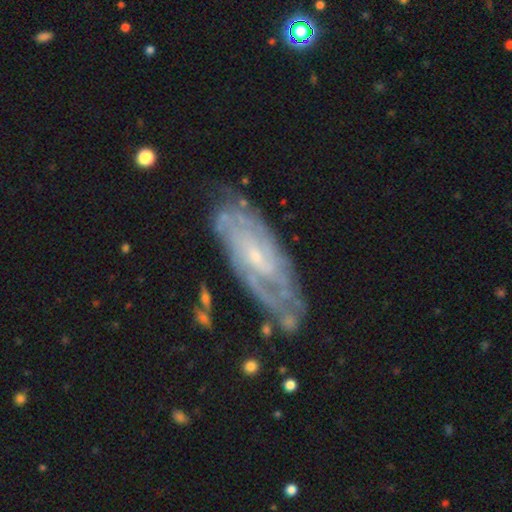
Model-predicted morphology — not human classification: This appears to be a featured or disk galaxy (82%) with no bar (48%), tight (65%) spiral arms (92%) and a small central bulge (76%). Merging: none (72%).